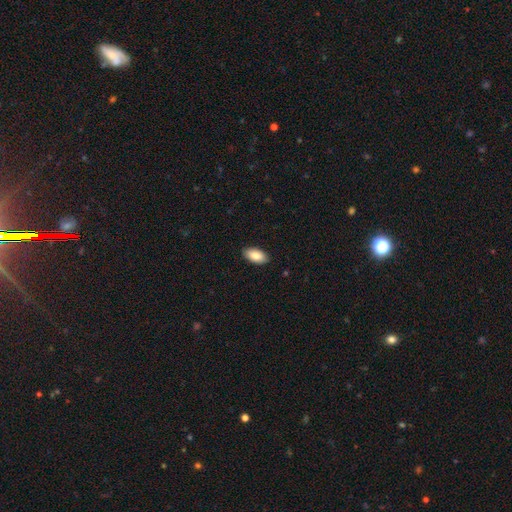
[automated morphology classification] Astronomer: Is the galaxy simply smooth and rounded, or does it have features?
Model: smooth — 86%.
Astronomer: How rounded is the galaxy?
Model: in between — 94%.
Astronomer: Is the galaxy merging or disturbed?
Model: none — 89%.